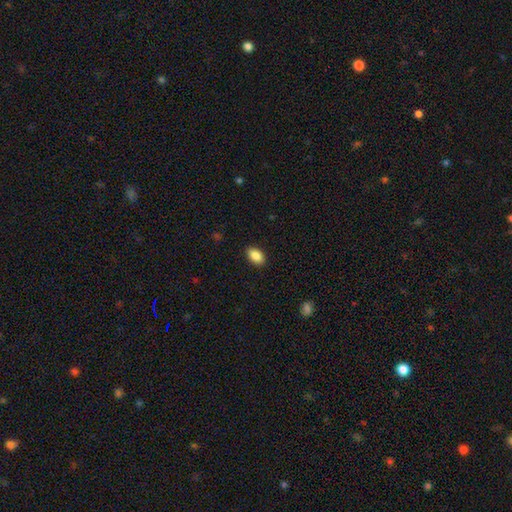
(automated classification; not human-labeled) Q: Smooth or featured?
A: smooth (89%); runner-up: star or artifact (8%)
Q: How rounded?
A: in between (91%); runner-up: round (7%)
Q: Merging?
A: none (89%); runner-up: minor disturbance (8%)